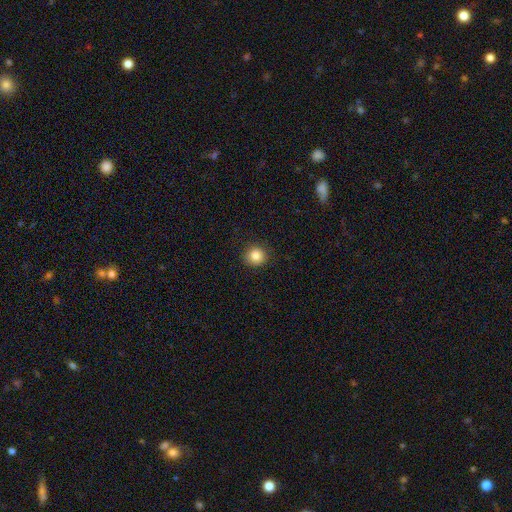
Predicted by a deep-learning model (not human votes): The model was most divided on "smooth or featured": smooth: 85%, star or artifact: 10%, featured or disk: 5%. More confident: how rounded — round (92%); merging — none (90%).